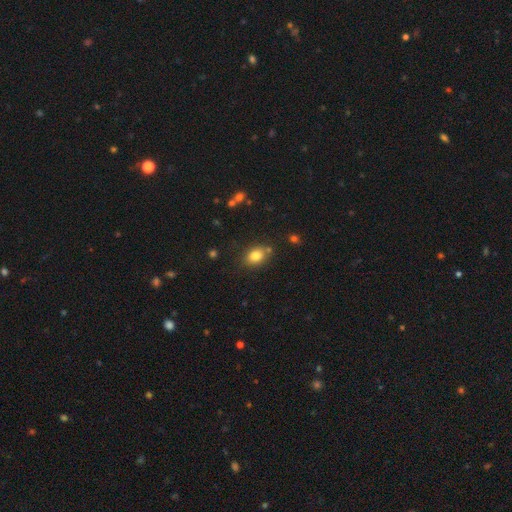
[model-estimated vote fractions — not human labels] Morphology: type=smooth (82%); roundness=in between (70%); merging=none (76%).